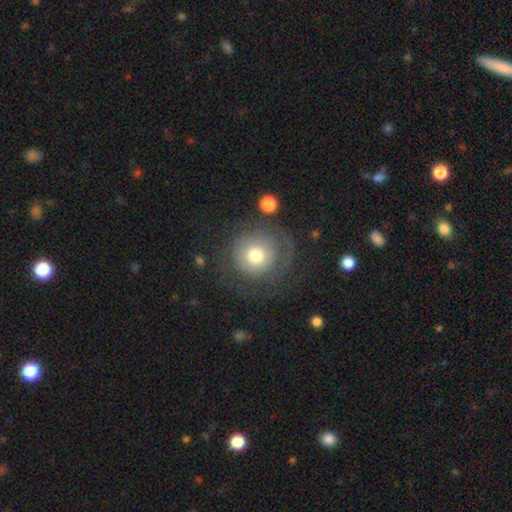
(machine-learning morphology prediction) smooth_or_featured: smooth (p=0.49) [alt: featured or disk p=0.42]
merging: none (p=0.62) [alt: major disturbance p=0.21]